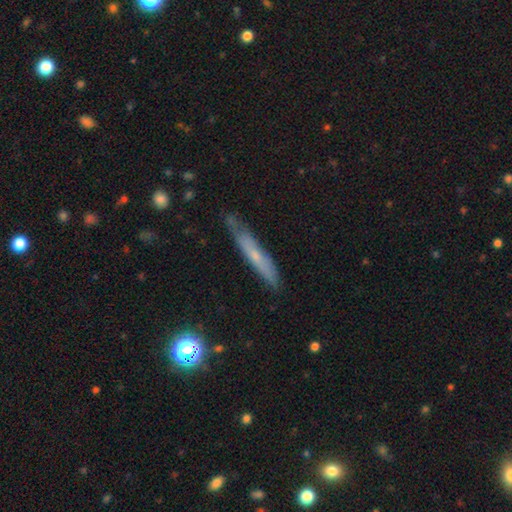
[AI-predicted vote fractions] A featured or disk galaxy (46%, tied with smooth).

Vote fractions:
- Smooth or featured? featured or disk: 46% (tied) / smooth: 46% (tied) / star or artifact: 8%
- Merging? none: 74% / minor disturbance: 20% / major disturbance: 4% / merger: 2%